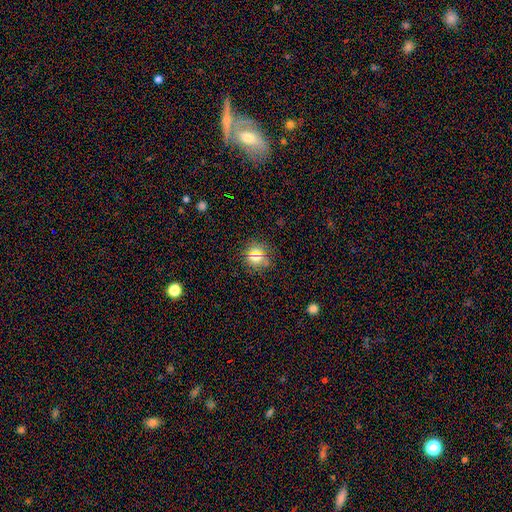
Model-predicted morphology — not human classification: Q: Smooth or featured?
A: smooth (78%); runner-up: star or artifact (14%)
Q: How rounded?
A: round (88%); runner-up: in between (11%)
Q: Merging?
A: none (78%); runner-up: minor disturbance (14%)